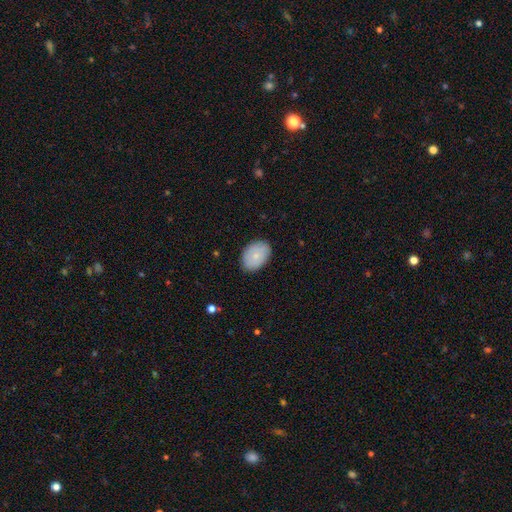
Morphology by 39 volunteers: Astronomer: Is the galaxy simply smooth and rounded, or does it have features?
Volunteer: smooth — 69%.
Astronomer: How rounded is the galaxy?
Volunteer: in between — 89%.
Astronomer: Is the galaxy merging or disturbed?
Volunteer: none — 85%.